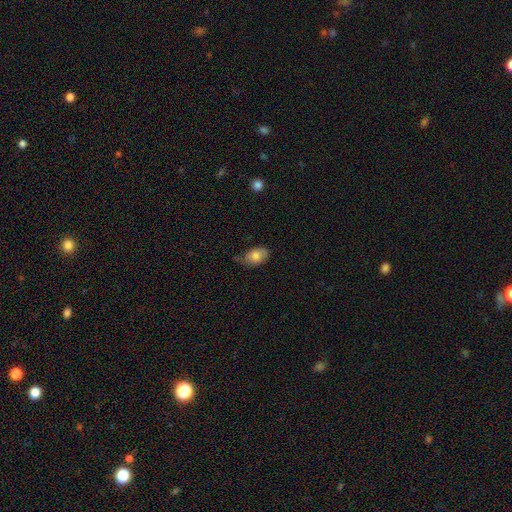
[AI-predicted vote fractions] Smooth or featured? Predicted: smooth (p=0.81). How rounded? Predicted: in between (p=0.87). Merging? Predicted: none (p=0.53).